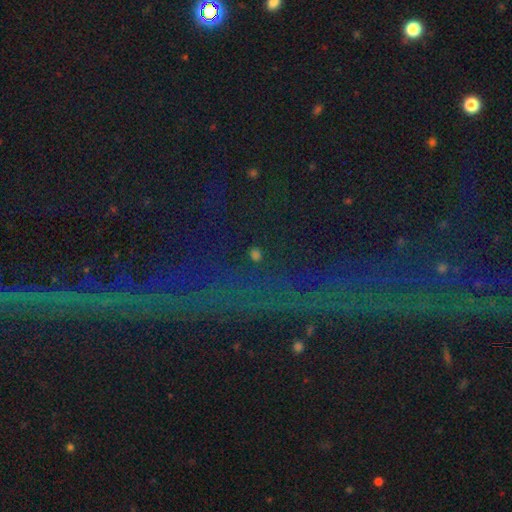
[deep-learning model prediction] This is likely a star or artifact rather than a galaxy (69%).